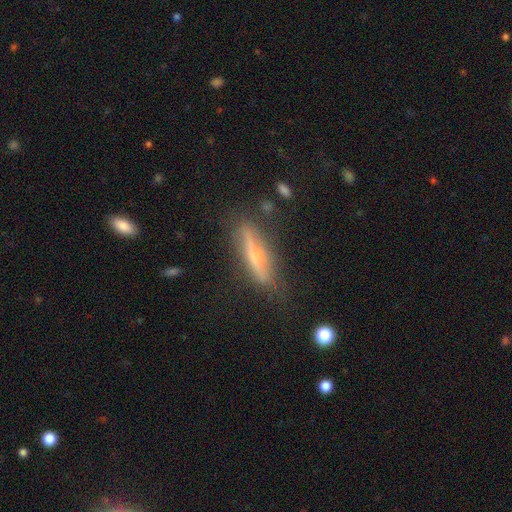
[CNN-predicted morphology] A featured or disk galaxy (58%) viewed edge-on (85%).

Vote fractions:
- Smooth or featured? featured or disk: 58% / smooth: 34% / star or artifact: 8%
- Edge-on disk? yes: 85% / no: 15%
- Merging? none: 73% / minor disturbance: 18% / major disturbance: 6% / merger: 3%